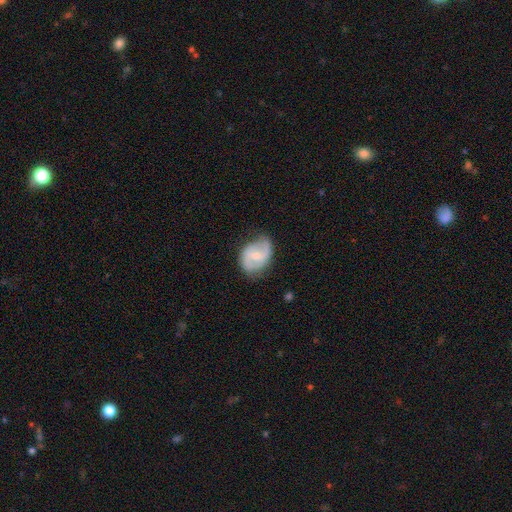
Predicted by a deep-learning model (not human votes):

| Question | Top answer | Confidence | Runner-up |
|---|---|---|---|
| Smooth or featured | featured or disk | 64% | smooth (31%) |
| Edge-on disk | no | 97% | yes (3%) |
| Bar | weak | 53% | no (31%) |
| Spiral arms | yes | 83% | no (17%) |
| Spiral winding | medium | 47% | loose (30%) |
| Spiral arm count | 2 | 78% | can't tell (12%) |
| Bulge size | small | 47% | moderate (45%) |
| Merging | none | 57% | minor disturbance (31%) |